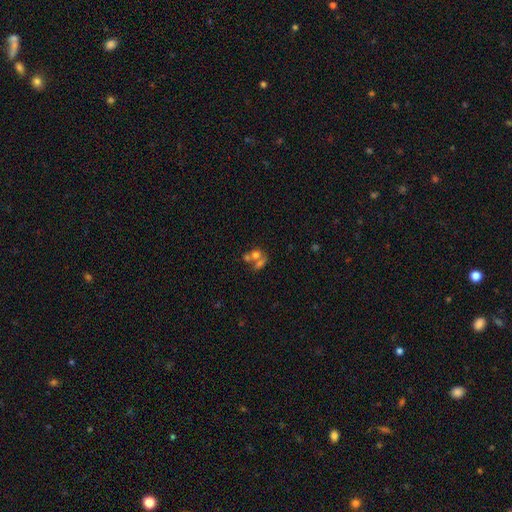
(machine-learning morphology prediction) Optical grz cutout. It shows a smooth galaxy with no disk features (61%) that is in between round and cigar-shaped (54%). Merging: merger (60%).